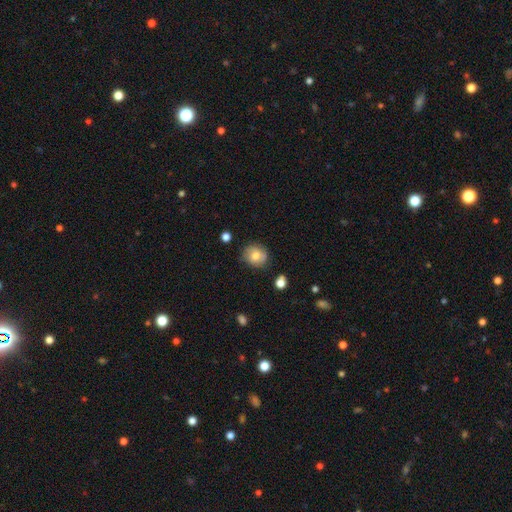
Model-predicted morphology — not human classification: Overall: smooth (71%). How rounded: round (77%). Merging: none (77%).